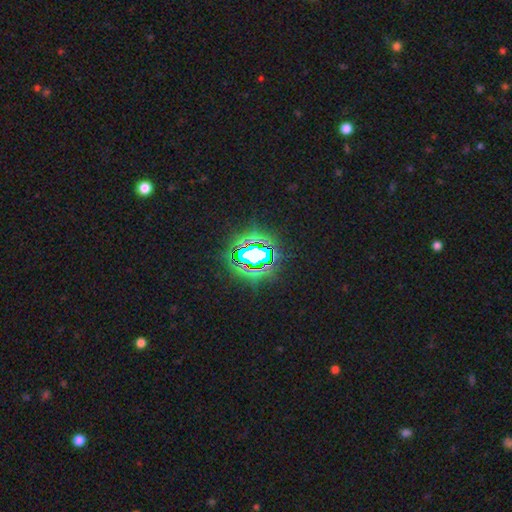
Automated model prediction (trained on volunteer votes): A star or artifact, not a galaxy (71%).

Vote fractions:
- Smooth or featured? star or artifact: 71% / smooth: 17% / featured or disk: 12%